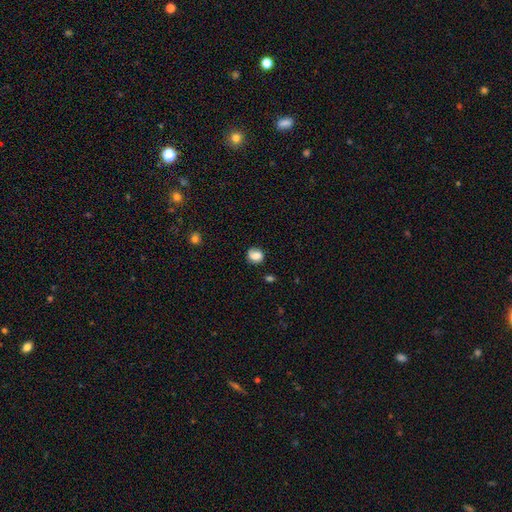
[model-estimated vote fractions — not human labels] A smooth galaxy with no disk features (76%) that is round (69%). Merging: none (66%).